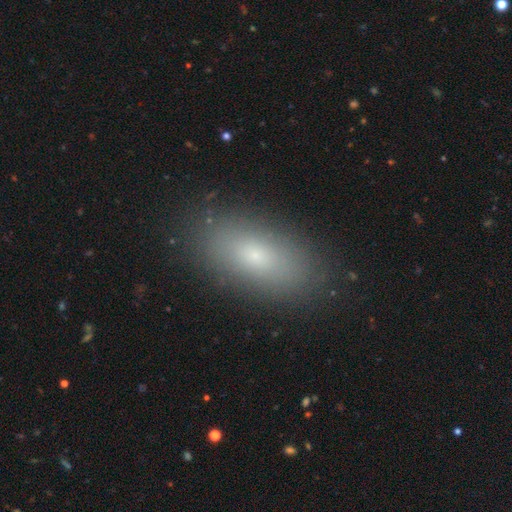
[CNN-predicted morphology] Smooth or featured? Predicted: smooth (p=0.73). How rounded? Predicted: in between (p=0.84). Merging? Predicted: none (p=0.87).